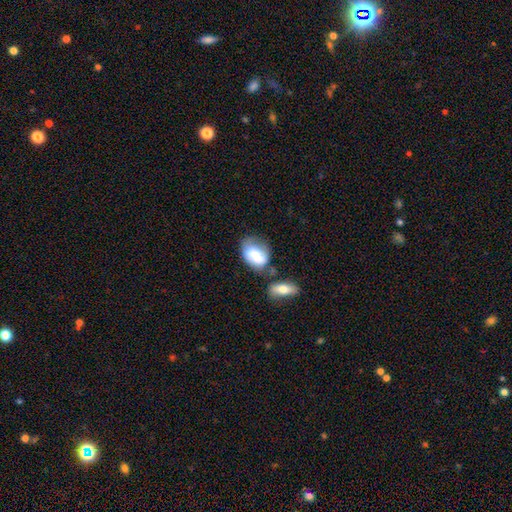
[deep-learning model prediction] smooth-or-featured: smooth: 72% | featured or disk: 21% | star or artifact: 7%
  how-rounded: in between: 83% | round: 15% | cigar-shaped: 2%
  merging: none: 38% | minor disturbance: 26% | merger: 24% | major disturbance: 12%